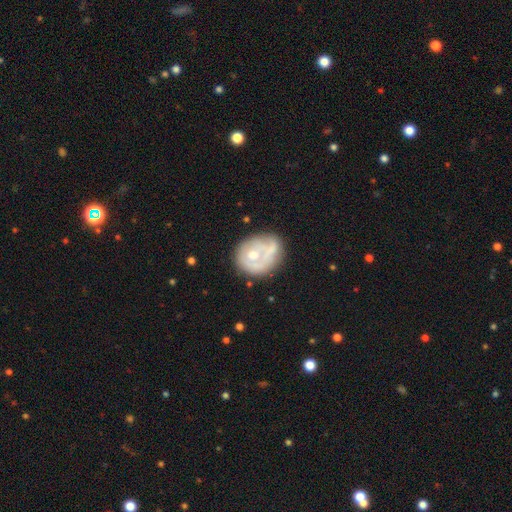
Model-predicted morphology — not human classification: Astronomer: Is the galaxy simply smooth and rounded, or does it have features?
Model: featured or disk — 54% (runner-up: smooth, 39%).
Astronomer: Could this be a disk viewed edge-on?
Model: no — 97%.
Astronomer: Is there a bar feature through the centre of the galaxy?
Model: no — 85%.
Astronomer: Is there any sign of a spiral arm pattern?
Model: no — 67%.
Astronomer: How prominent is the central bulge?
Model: moderate — 61%.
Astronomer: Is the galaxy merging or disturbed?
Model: none — 47% (runner-up: minor disturbance, 27%).